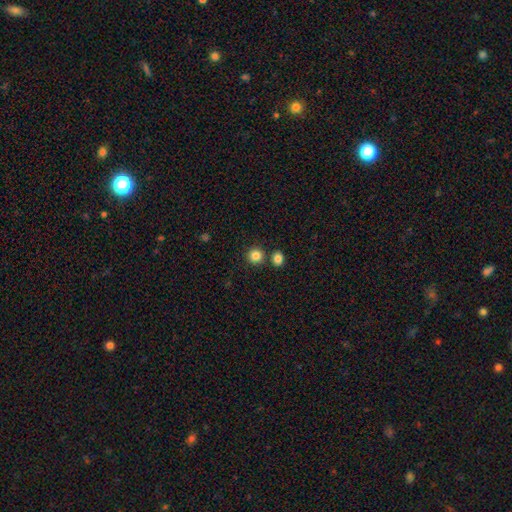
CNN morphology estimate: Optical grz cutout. It shows a smooth galaxy with no disk features (84%) that is round (92%). Merging: none (79%).